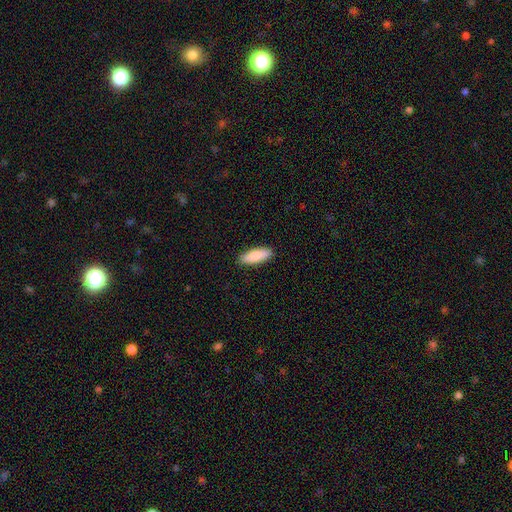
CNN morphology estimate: smooth_or_featured: smooth (p=0.84) [alt: featured or disk p=0.11]
how_rounded: in between (p=0.63) [alt: cigar-shaped p=0.35]
merging: none (p=0.89) [alt: minor disturbance p=0.08]